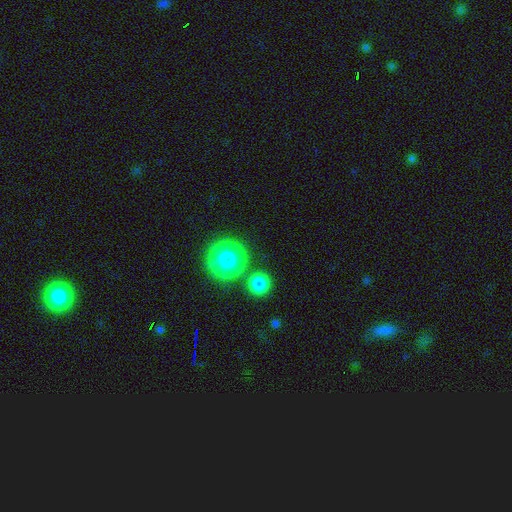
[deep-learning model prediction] Q: Smooth or featured?
A: star or artifact (56%); runner-up: smooth (38%)